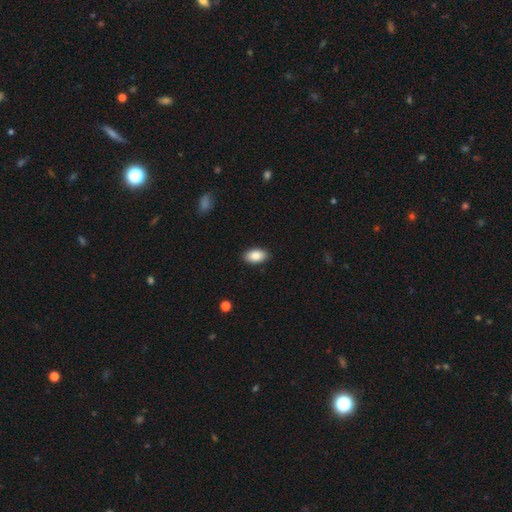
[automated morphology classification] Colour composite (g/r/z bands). It shows a smooth galaxy with no disk features (88%) that is in between round and cigar-shaped (93%). Merging: none (89%).